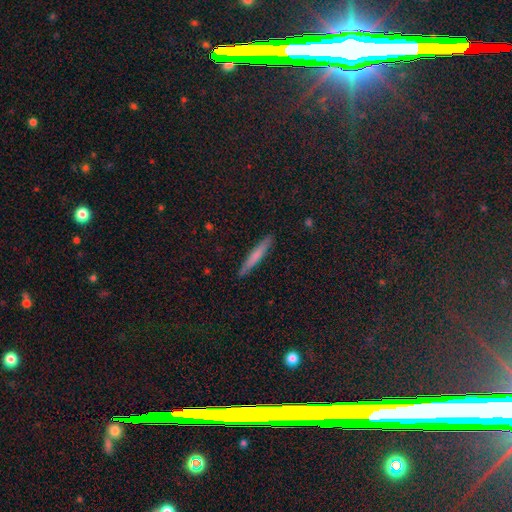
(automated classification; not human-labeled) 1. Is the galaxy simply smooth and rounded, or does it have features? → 65% smooth, 27% featured or disk, 8% star or artifact.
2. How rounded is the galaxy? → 95% cigar-shaped, 4% in between, 1% round.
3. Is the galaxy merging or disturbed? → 90% none, 7% minor disturbance, 2% major disturbance, 1% merger.